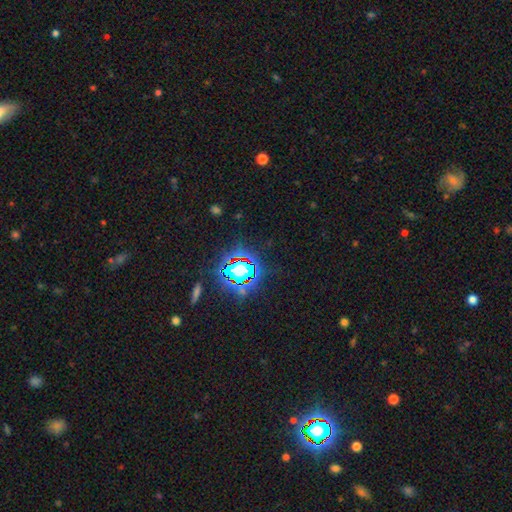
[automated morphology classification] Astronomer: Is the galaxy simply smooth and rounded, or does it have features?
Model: star or artifact — 81%.